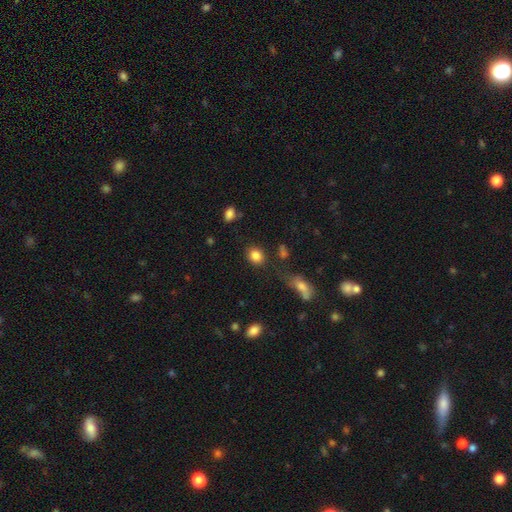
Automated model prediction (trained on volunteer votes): Q: Smooth or featured?
A: smooth (84%); runner-up: star or artifact (10%)
Q: How rounded?
A: round (67%); runner-up: in between (32%)
Q: Merging?
A: none (82%); runner-up: minor disturbance (10%)